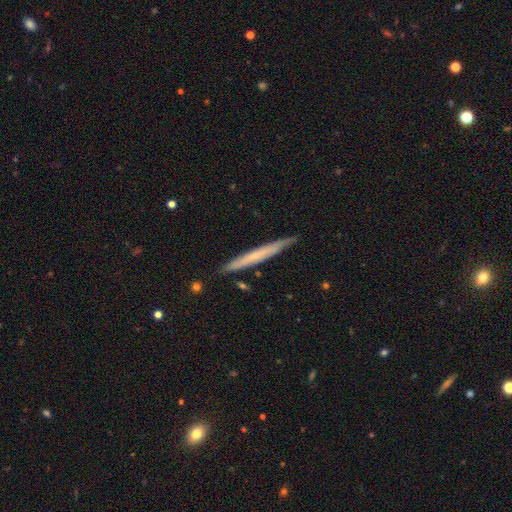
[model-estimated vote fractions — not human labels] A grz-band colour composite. It shows a featured or disk galaxy (50%) viewed edge-on (95%). Merging: none (88%).